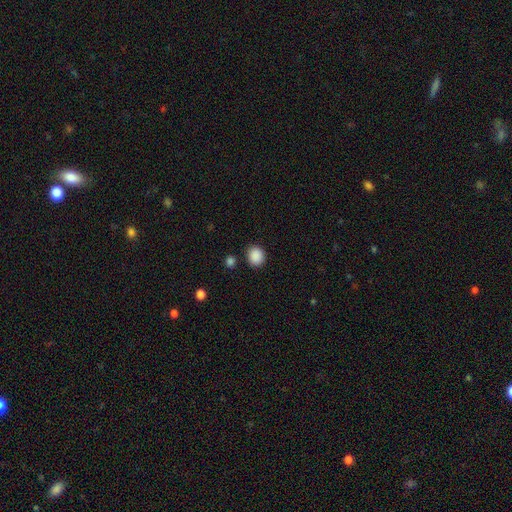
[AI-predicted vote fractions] smooth 88%, star or artifact 9%, featured or disk 3%. Down the decision tree: how rounded — round (75%); merging — none (86%).